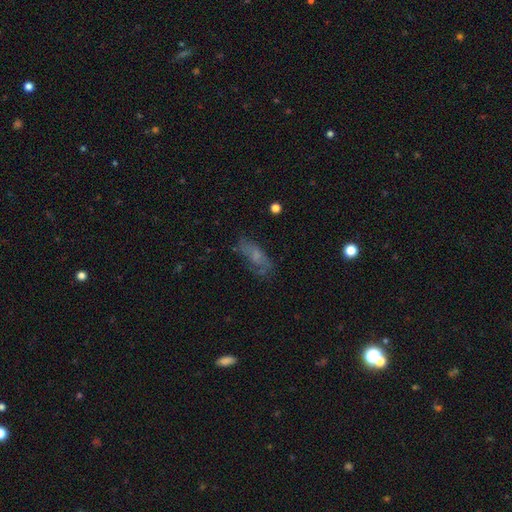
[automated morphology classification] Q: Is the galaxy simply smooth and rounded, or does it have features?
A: smooth — 48%.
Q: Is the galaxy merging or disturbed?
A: none — 55%.